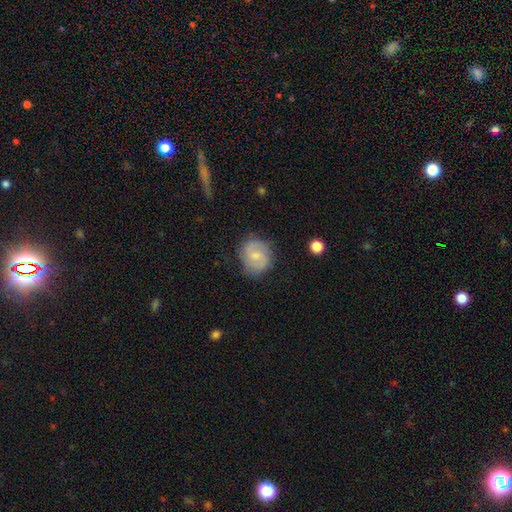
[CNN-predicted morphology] Smooth or featured: featured or disk — 48% (smooth — 44%)
Merging: none — 76% (minor disturbance — 17%)